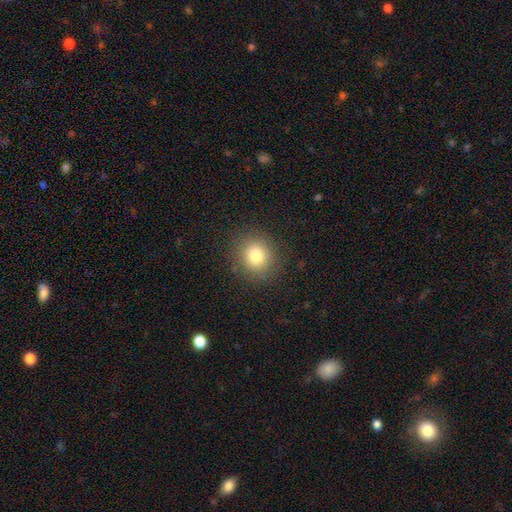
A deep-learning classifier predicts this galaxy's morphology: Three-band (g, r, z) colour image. It shows a smooth galaxy with no disk features (80%) that is round (84%). Merging: none (87%).